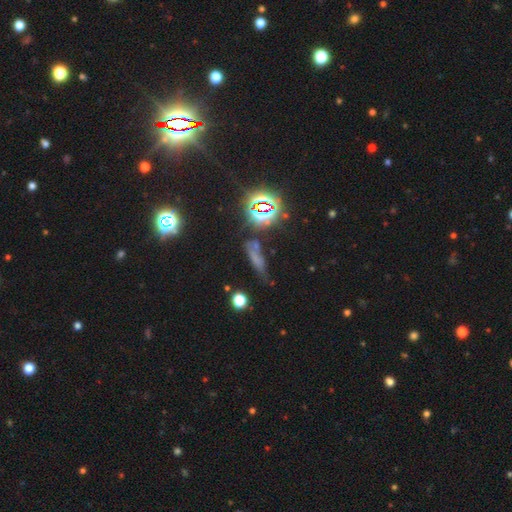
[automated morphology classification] The model was most divided on "smooth or featured" (2-way tie): star or artifact: 41%, smooth: 41%, featured or disk: 17%.